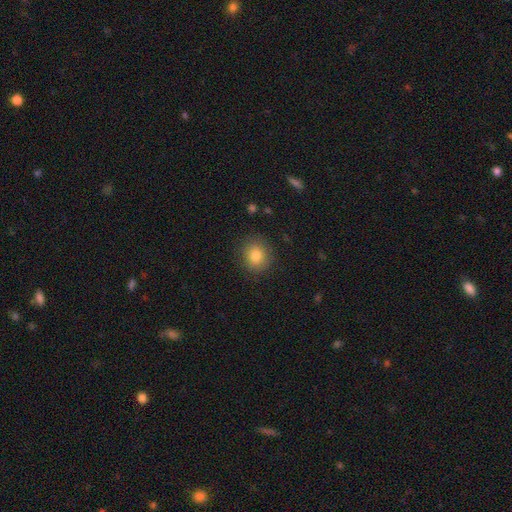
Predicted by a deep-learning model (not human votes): smooth_or_featured: smooth (p=0.81) [alt: star or artifact p=0.10]
how_rounded: round (p=0.79) [alt: in between p=0.20]
merging: none (p=0.87) [alt: minor disturbance p=0.09]